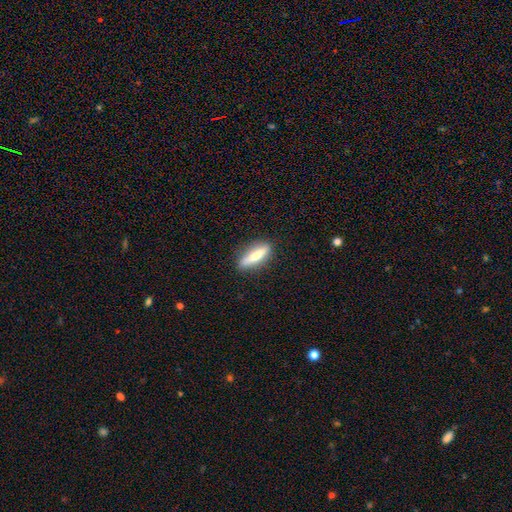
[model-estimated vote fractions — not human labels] A smooth galaxy with no disk features (58%) that is cigar-shaped (71%).

Vote fractions:
- Smooth or featured? smooth: 58% / featured or disk: 35% / star or artifact: 6%
- How rounded? cigar-shaped: 71% / in between: 27% / round: 2%
- Merging? none: 87% / minor disturbance: 9% / major disturbance: 2% / merger: 1%